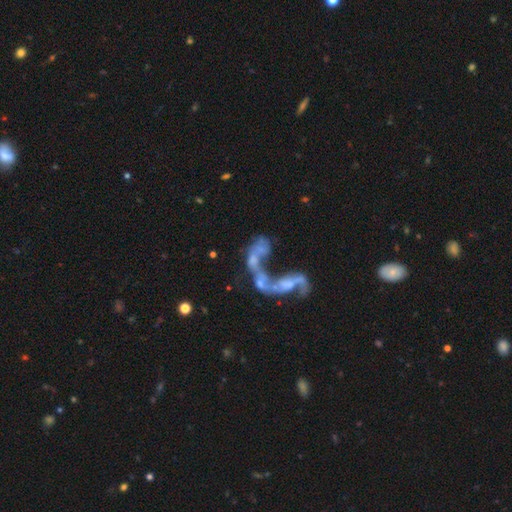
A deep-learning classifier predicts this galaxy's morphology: This appears to be a featured or disk galaxy (67%) with no bar (74%), no spiral arms (62%) and no central bulge (55%). Merging: merger (67%).